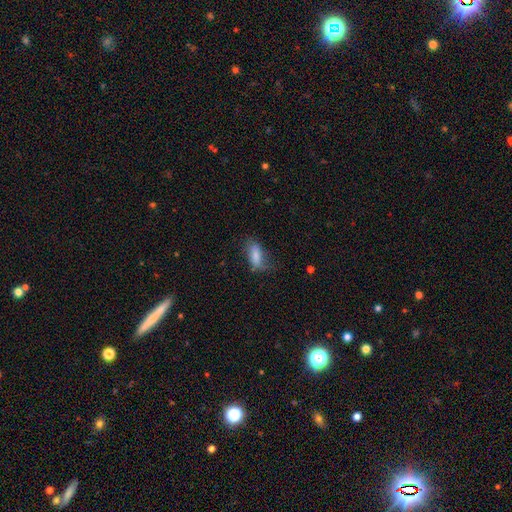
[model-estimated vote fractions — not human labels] Overall: smooth (73%). How rounded: in between (81%). Merging: none (50%; minor disturbance 31%).